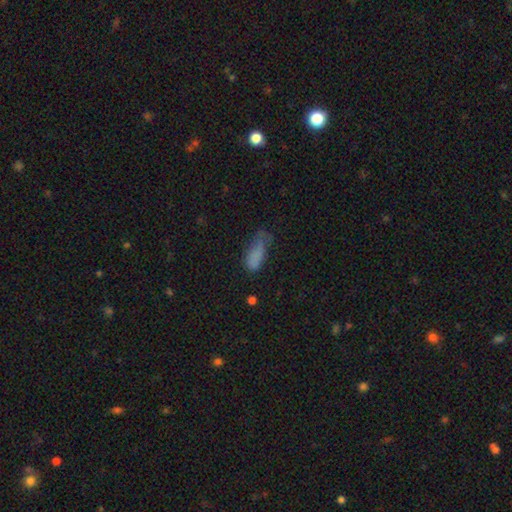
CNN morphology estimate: This is likely a smooth galaxy (76%). How rounded: likely in between (76%). Merging: marginally minor disturbance (35%).